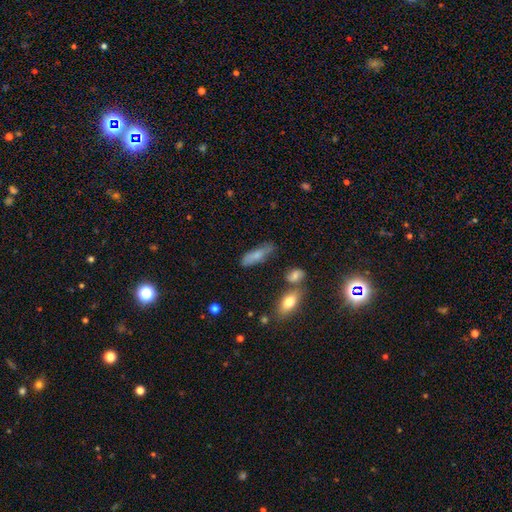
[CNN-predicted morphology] Overall: smooth (70%). How rounded: in between (54%; cigar-shaped 43%). Merging: none (60%; minor disturbance 26%).